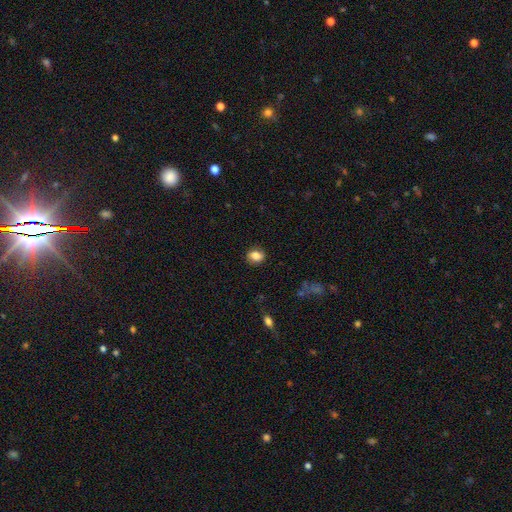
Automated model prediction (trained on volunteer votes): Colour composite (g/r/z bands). It shows a smooth galaxy with no disk features (80%) that is round (53%). Merging: none (83%).